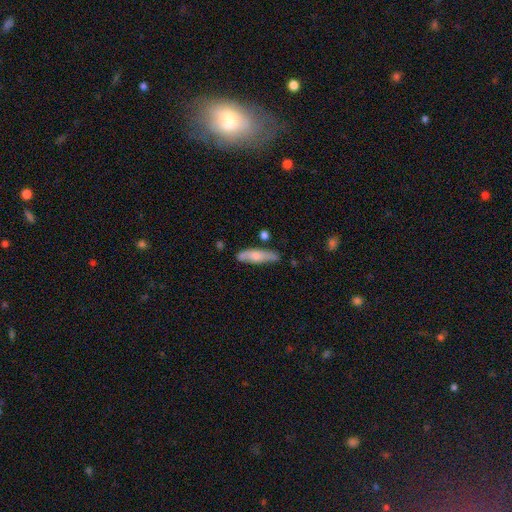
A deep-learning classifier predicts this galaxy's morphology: Smooth or featured?
  - smooth: 62% *
  - featured or disk: 32%
  - star or artifact: 6%
How rounded?
  - cigar-shaped: 66% *
  - in between: 31%
  - round: 2%
Merging?
  - none: 68% *
  - minor disturbance: 21%
  - merger: 6%
  - major disturbance: 5%